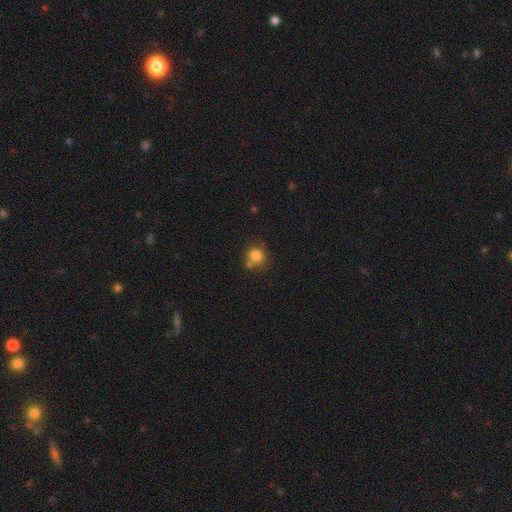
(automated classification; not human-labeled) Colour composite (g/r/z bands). It shows a smooth galaxy with no disk features (81%) that is round (85%). Merging: none (61%).